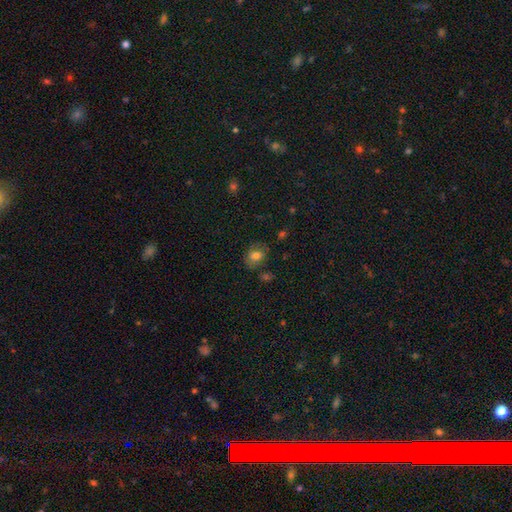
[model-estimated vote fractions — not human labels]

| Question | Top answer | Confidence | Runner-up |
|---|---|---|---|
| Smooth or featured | smooth | 76% | featured or disk (14%) |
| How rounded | in between | 59% | round (40%) |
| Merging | none | 72% | minor disturbance (19%) |